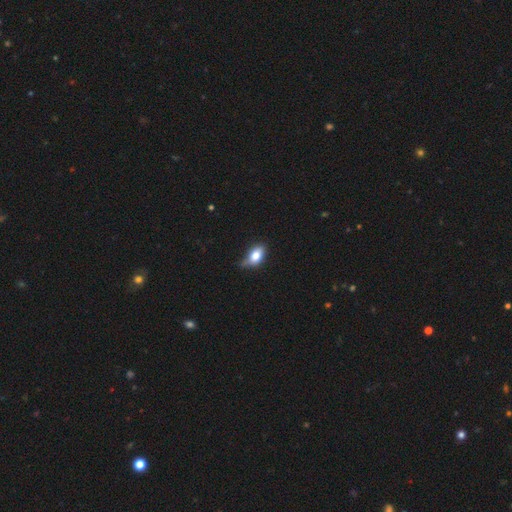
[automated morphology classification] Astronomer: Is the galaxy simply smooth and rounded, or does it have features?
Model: smooth — 77%.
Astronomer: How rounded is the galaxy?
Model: in between — 84%.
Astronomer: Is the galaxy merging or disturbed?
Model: none — 45% (runner-up: minor disturbance, 40%).